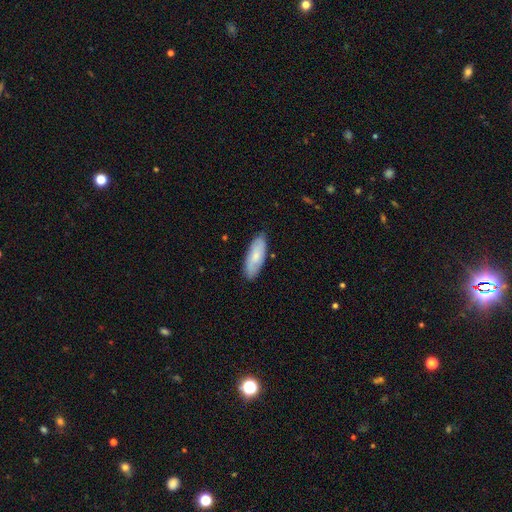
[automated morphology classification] smooth 67%, featured or disk 27%, star or artifact 6%. Down the decision tree: how rounded — in between (73%); merging — none (84%).